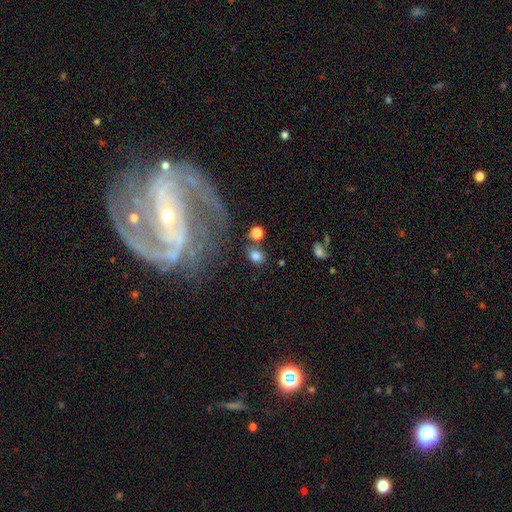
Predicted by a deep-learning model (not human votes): Smooth or featured?
  - smooth: 79% *
  - star or artifact: 12%
  - featured or disk: 9%
How rounded?
  - in between: 53% *
  - round: 45%
  - cigar-shaped: 2%
Merging?
  - none: 64% *
  - merger: 15%
  - minor disturbance: 14%
  - major disturbance: 7%